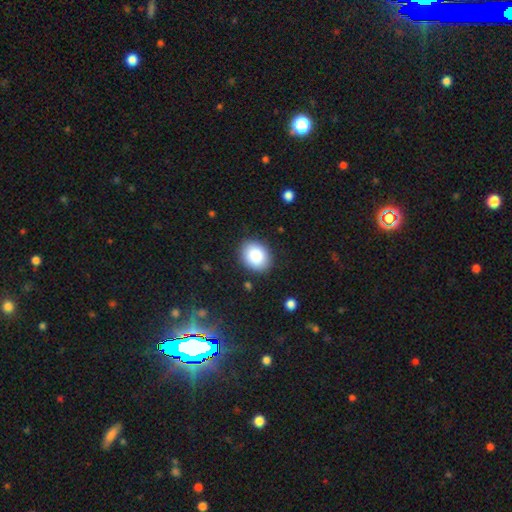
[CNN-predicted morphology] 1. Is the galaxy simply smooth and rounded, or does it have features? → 86% smooth, 8% star or artifact, 6% featured or disk.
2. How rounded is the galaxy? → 55% in between, 44% round, 1% cigar-shaped.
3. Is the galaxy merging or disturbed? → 87% none, 9% minor disturbance, 2% major disturbance, 1% merger.